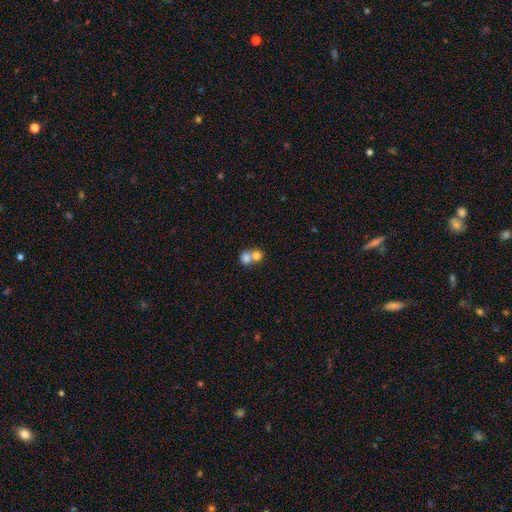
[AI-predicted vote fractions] The model was most divided on "merging": merger: 64%, none: 29%, minor disturbance: 5%, major disturbance: 2%. More confident: how rounded — round (80%); smooth or featured — smooth (78%).